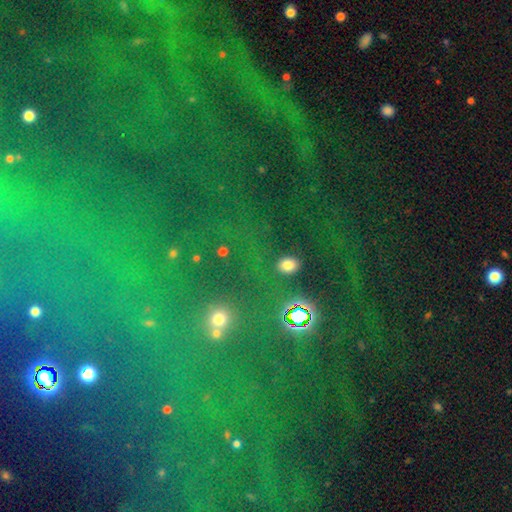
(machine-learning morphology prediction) This is likely a star or artifact rather than a galaxy (79%).